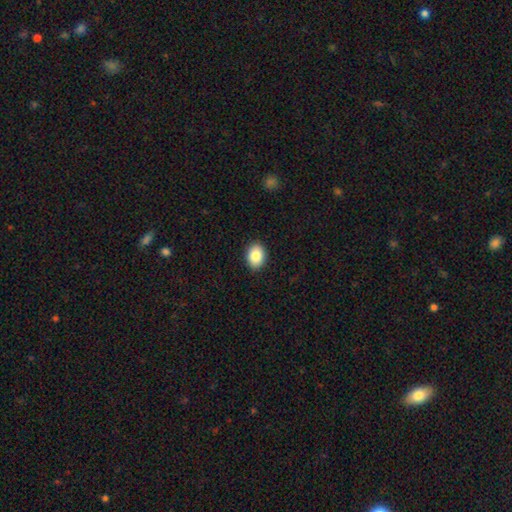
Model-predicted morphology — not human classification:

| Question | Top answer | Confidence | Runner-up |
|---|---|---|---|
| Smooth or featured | smooth | 85% | star or artifact (8%) |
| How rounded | in between | 70% | round (29%) |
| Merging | none | 91% | minor disturbance (7%) |